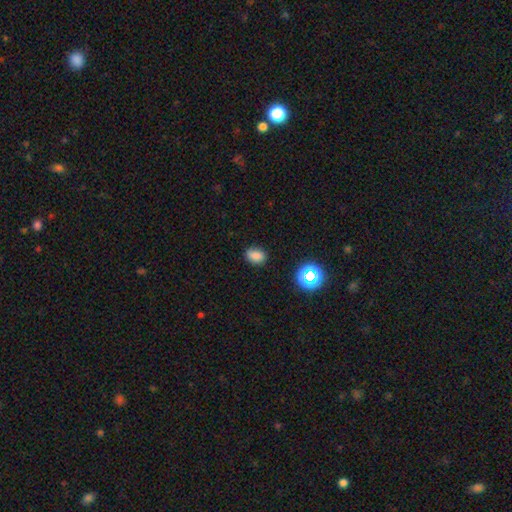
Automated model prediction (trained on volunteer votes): Smooth or featured? Predicted: smooth (p=0.80). How rounded? Predicted: in between (p=0.74). Merging? Predicted: none (p=0.82).